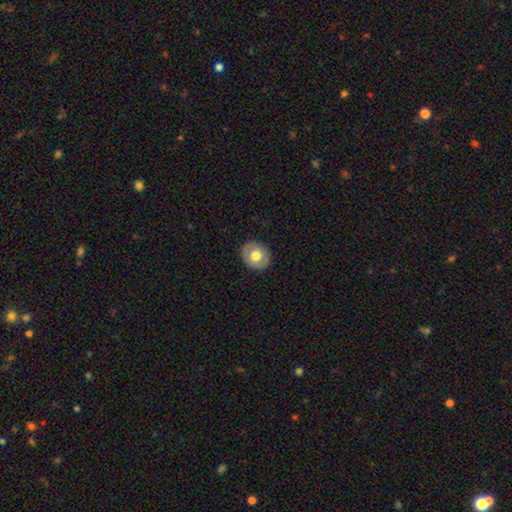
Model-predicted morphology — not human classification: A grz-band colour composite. It shows a smooth galaxy with no disk features (69%) that is round (77%). Merging: none (89%).